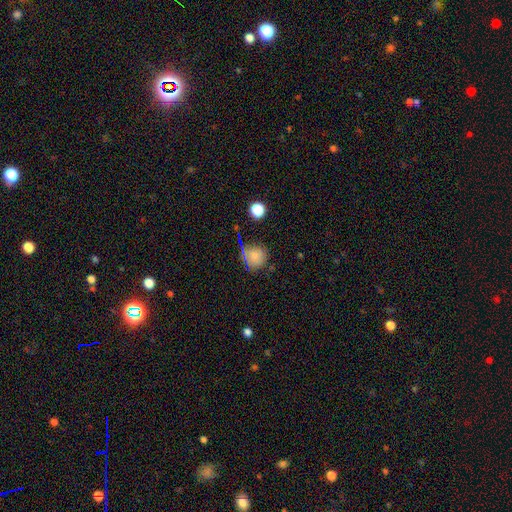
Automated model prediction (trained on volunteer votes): Smooth or featured?
  - smooth: 76% *
  - star or artifact: 15%
  - featured or disk: 9%
How rounded?
  - round: 90% *
  - in between: 9%
  - cigar-shaped: 1%
Merging?
  - none: 73% *
  - minor disturbance: 17%
  - major disturbance: 5%
  - merger: 5%